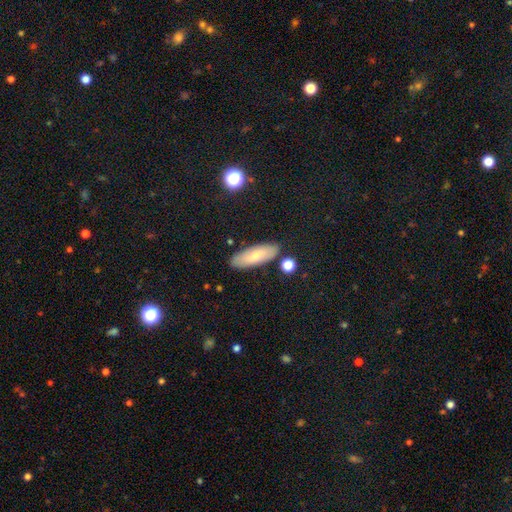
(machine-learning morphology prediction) This appears to be a smooth galaxy with no disk features (72%) that is in between round and cigar-shaped (61%). Merging: none (83%).